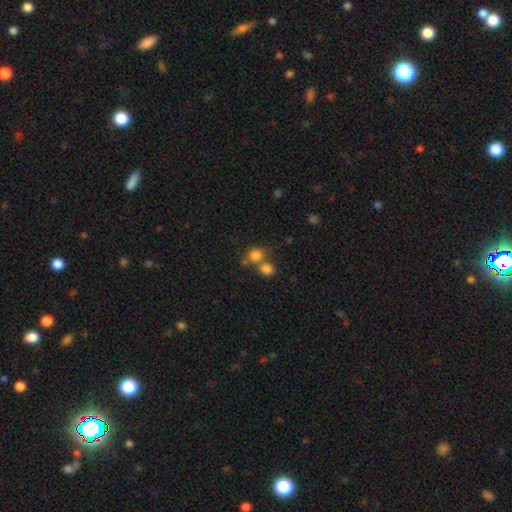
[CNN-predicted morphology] A smooth galaxy with no disk features (79%) that is round (75%). Merging: none (45%).